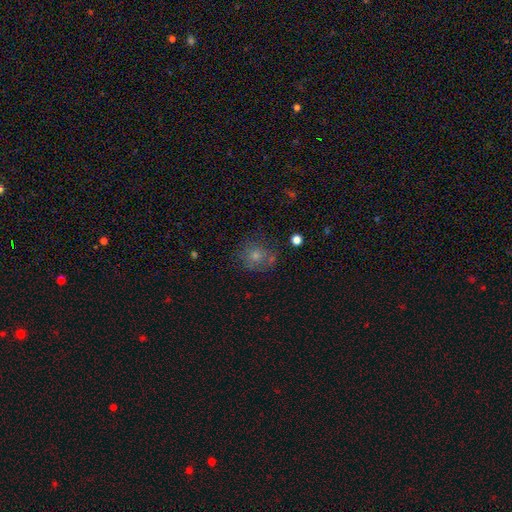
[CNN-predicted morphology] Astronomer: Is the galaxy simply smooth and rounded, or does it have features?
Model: smooth — 73%.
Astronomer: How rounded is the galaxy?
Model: round — 86%.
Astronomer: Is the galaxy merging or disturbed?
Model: none — 65%.